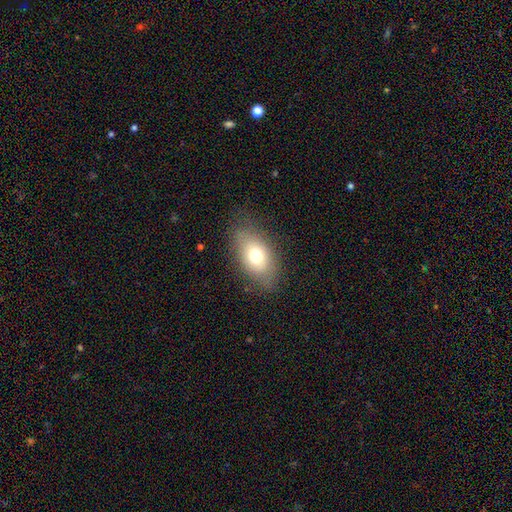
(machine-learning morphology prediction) Overall: smooth (68%). How rounded: in between (86%). Merging: none (76%).